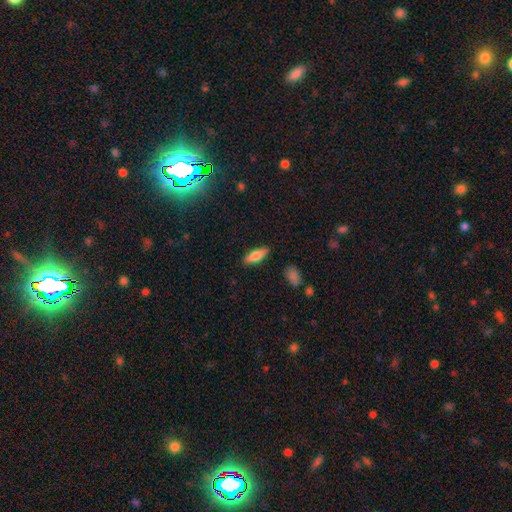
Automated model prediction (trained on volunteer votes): Smooth or featured? smooth (70%)
How rounded? in between (56%)
Merging? none (87%)